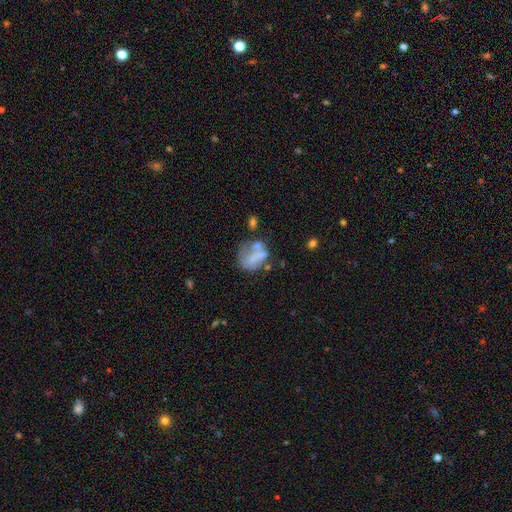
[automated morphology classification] This appears to be a smooth galaxy with no disk features (49%). Merging: none (31%).